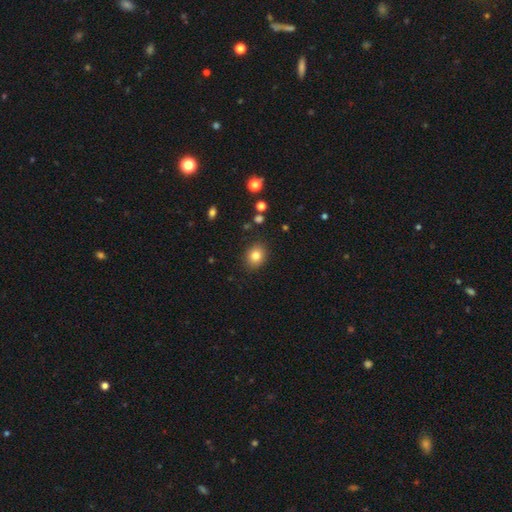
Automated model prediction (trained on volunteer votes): smooth 82%, star or artifact 11%, featured or disk 8%. Down the decision tree: how rounded — round (54%); merging — none (88%).